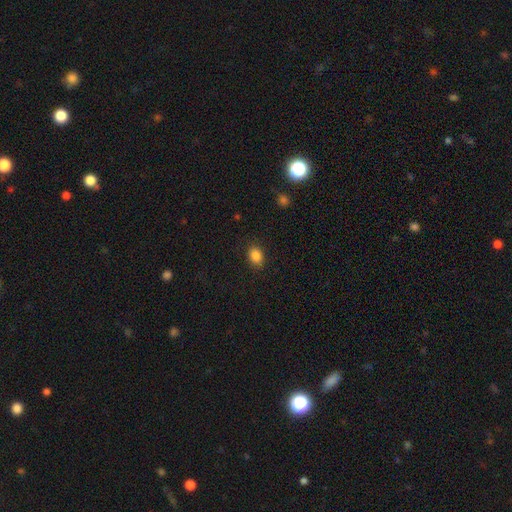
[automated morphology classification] type=smooth (86%); roundness=in between (75%); merging=none (87%).